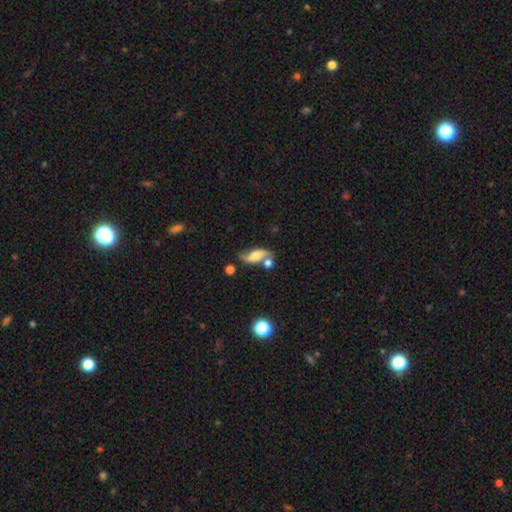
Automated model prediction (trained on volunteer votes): This appears to be a featured or disk galaxy (58%) with no bar (54%), spiral arms (89%) and a moderate central bulge (37%). Merging: none (53%).